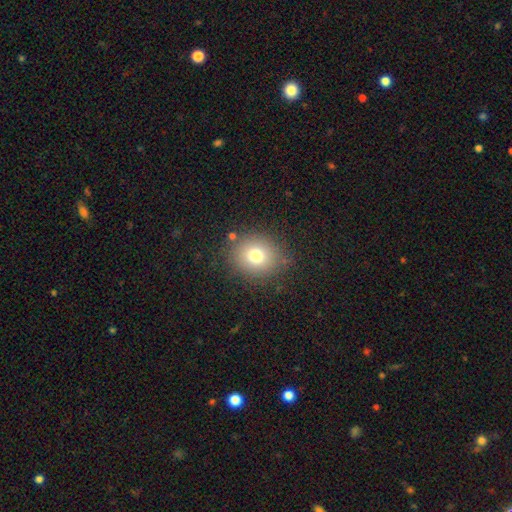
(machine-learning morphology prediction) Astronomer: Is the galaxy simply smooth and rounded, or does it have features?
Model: smooth — 75%.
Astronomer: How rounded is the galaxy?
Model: round — 78%.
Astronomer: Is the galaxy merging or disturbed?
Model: none — 83%.